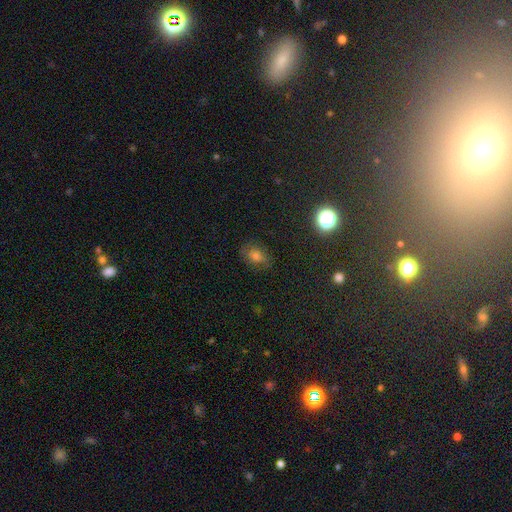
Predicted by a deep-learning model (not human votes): Smooth or featured?
  - smooth: 64% *
  - star or artifact: 23%
  - featured or disk: 13%
How rounded?
  - in between: 63% *
  - round: 35%
  - cigar-shaped: 2%
Merging?
  - none: 73% *
  - minor disturbance: 19%
  - major disturbance: 6%
  - merger: 2%